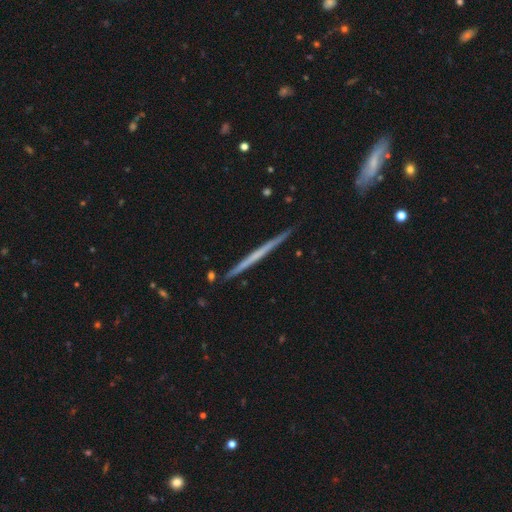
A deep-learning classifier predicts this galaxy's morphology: This is likely a featured or disk galaxy (62%). It is clearly viewed edge-on (98%). Edge-on bulge: clearly none (90%). Merging: clearly none (90%).